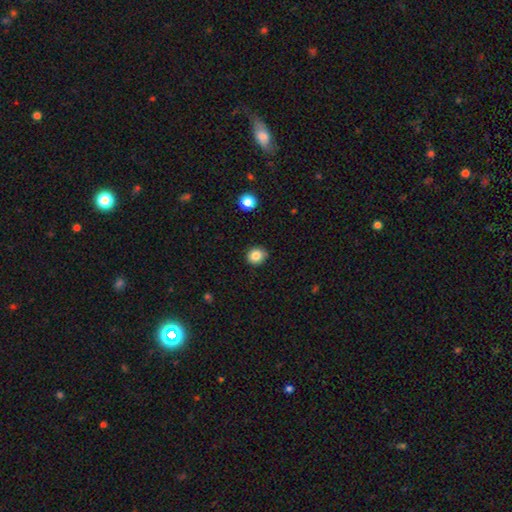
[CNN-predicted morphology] Smooth or featured? smooth (84%)
How rounded? round (78%)
Merging? none (85%)